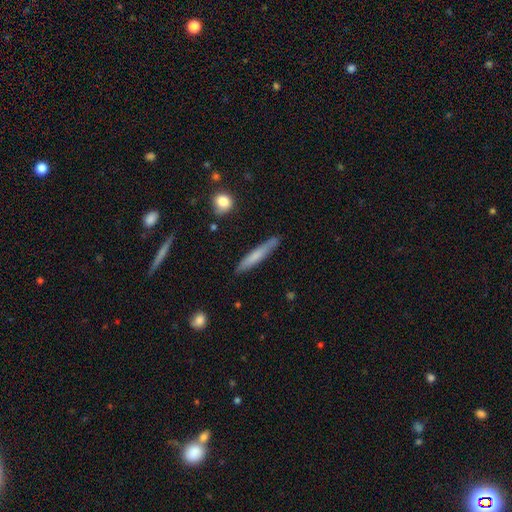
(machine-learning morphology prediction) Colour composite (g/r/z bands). It shows a smooth galaxy with no disk features (67%) that is cigar-shaped (93%). Merging: none (85%).